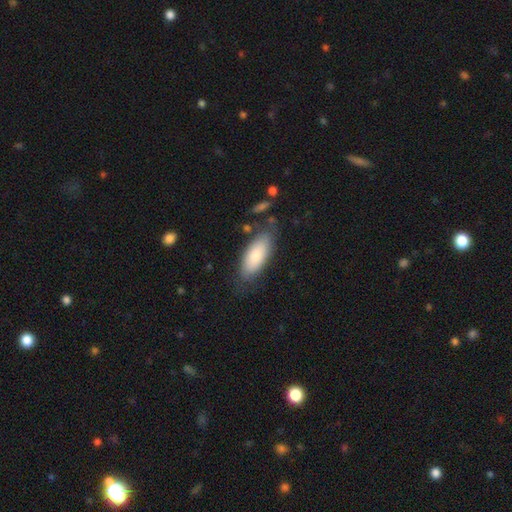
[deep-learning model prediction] Q: Smooth or featured?
A: smooth (78%); runner-up: featured or disk (16%)
Q: How rounded?
A: in between (85%); runner-up: cigar-shaped (13%)
Q: Merging?
A: none (72%); runner-up: minor disturbance (19%)